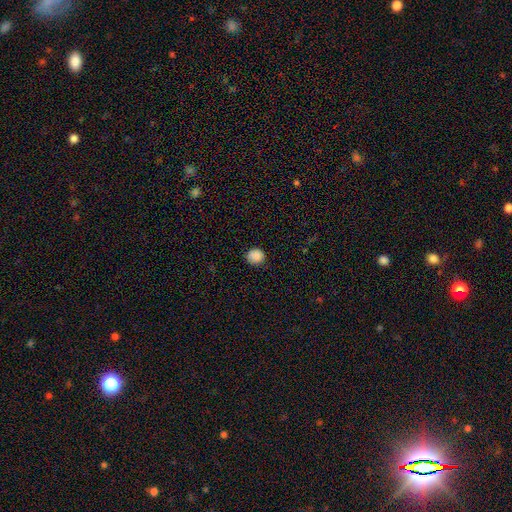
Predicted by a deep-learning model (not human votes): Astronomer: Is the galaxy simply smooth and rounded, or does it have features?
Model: smooth — 87%.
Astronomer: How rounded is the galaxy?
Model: round — 83%.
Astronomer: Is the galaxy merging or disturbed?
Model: none — 85%.